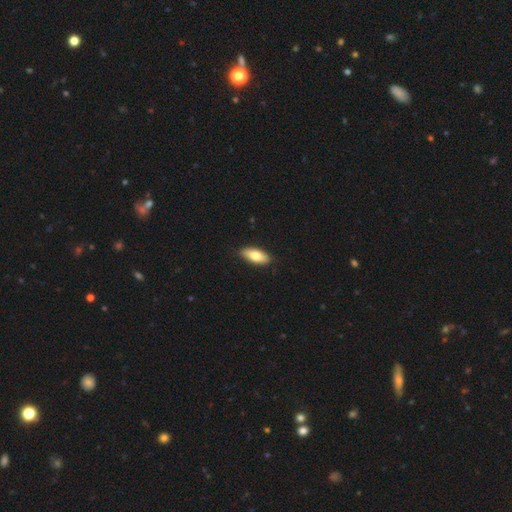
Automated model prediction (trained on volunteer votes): A smooth galaxy with no disk features (78%) that is in between round and cigar-shaped (81%). Merging: none (88%).